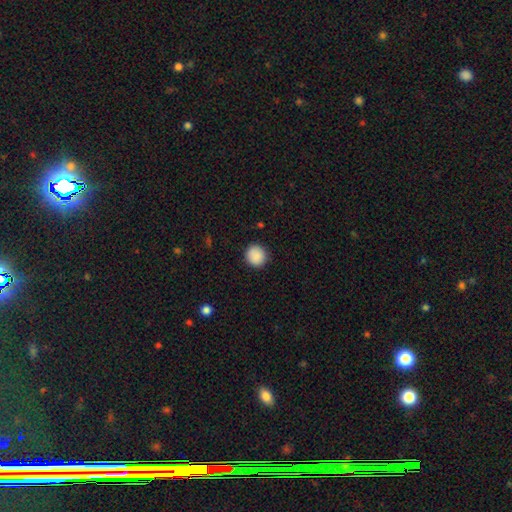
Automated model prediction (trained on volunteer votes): A smooth galaxy with no disk features (89%) that is round (92%).

Vote fractions:
- Smooth or featured? smooth: 89% / star or artifact: 8% / featured or disk: 3%
- How rounded? round: 92% / in between: 7% / cigar-shaped: 1%
- Merging? none: 91% / minor disturbance: 6% / major disturbance: 2% / merger: 1%